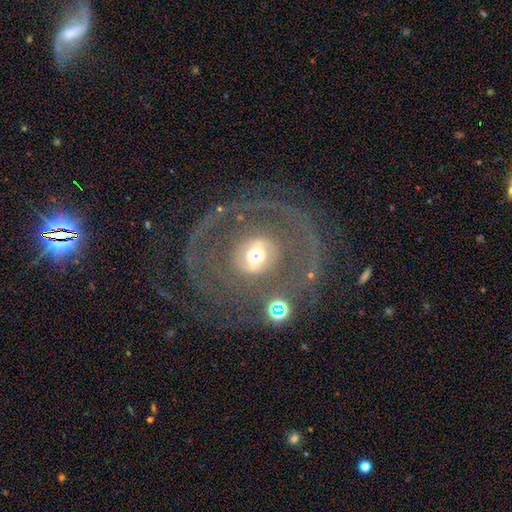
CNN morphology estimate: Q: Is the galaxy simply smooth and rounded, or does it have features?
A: featured or disk — 70%.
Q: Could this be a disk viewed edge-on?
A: no — 94%.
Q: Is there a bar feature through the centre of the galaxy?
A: no — 46%.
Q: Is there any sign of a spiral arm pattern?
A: yes — 68%.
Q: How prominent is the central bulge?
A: moderate — 60%.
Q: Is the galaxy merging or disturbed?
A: none — 68%.